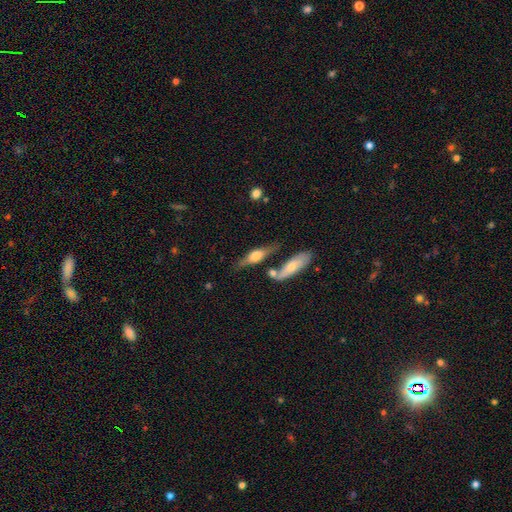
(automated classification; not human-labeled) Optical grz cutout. It shows a featured or disk galaxy (55%) viewed edge-on (89%). Merging: none (61%).